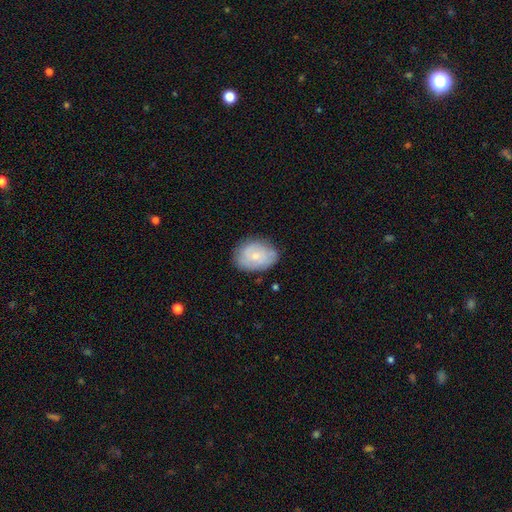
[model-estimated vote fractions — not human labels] smooth_or_featured: smooth (p=0.60) [alt: featured or disk p=0.33]
how_rounded: in between (p=0.73) [alt: round p=0.26]
merging: none (p=0.71) [alt: minor disturbance p=0.22]